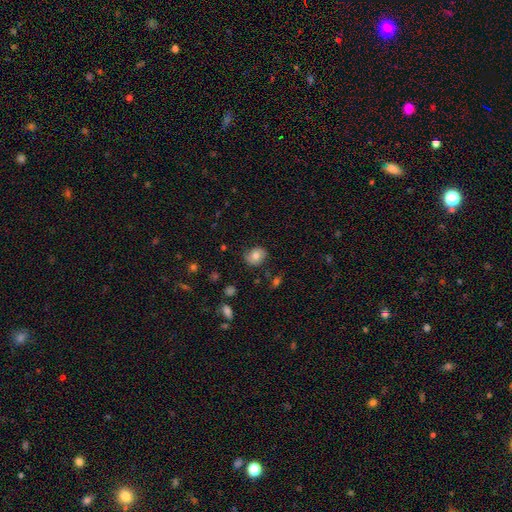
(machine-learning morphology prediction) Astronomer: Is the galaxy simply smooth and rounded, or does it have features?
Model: smooth — 73%.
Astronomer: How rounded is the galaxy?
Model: round — 59% (runner-up: in between, 40%).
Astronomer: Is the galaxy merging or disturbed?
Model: none — 75%.